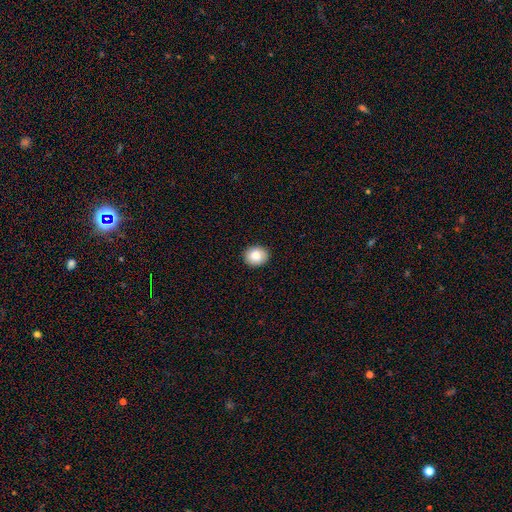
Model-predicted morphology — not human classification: The model was most divided on "how rounded": round: 63%, in between: 36%, cigar-shaped: 1%. More confident: merging — none (91%); smooth or featured — smooth (86%).